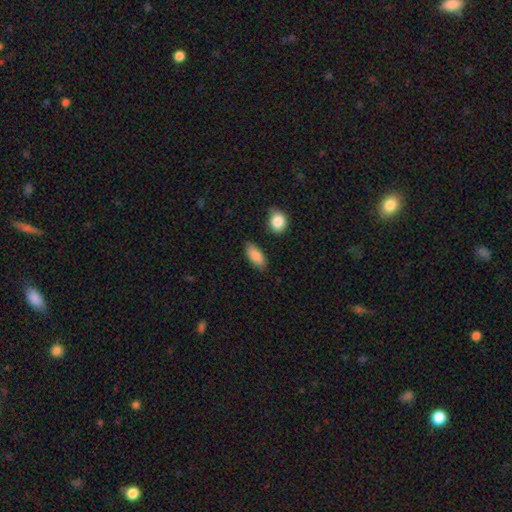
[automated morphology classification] Smooth or featured? Predicted: smooth (p=0.85). How rounded? Predicted: in between (p=0.85). Merging? Predicted: none (p=0.81).